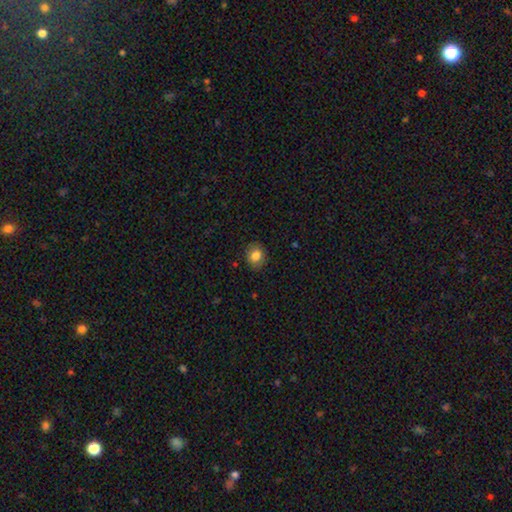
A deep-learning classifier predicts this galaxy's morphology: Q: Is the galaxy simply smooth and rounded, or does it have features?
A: smooth — 83%.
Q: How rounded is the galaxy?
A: round — 66%.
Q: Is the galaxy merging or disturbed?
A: none — 87%.